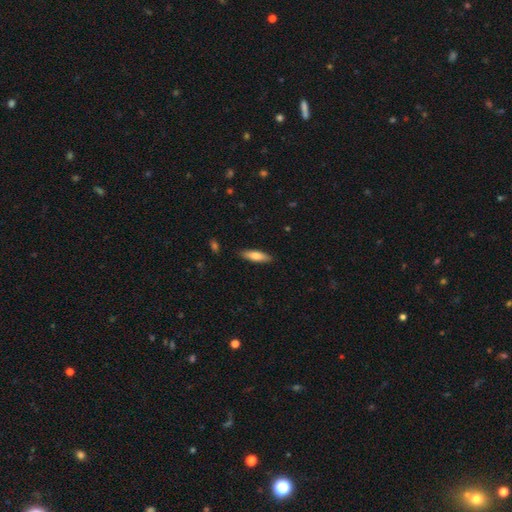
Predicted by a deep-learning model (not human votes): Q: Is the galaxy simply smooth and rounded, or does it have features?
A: smooth — 74%.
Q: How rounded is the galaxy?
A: cigar-shaped — 56%.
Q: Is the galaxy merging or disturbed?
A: none — 89%.